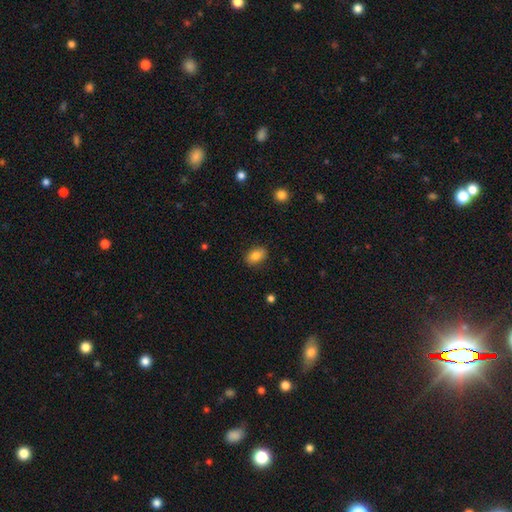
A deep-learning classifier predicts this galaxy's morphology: This is clearly a smooth galaxy (82%). How rounded: likely in between (79%). Merging: clearly none (87%).